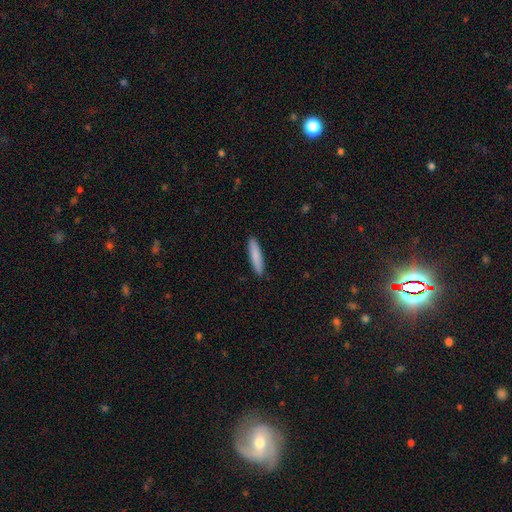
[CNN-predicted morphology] smooth_or_featured: smooth (p=0.84) [alt: featured or disk p=0.11]
how_rounded: cigar-shaped (p=0.87) [alt: in between p=0.12]
merging: none (p=0.91) [alt: minor disturbance p=0.07]